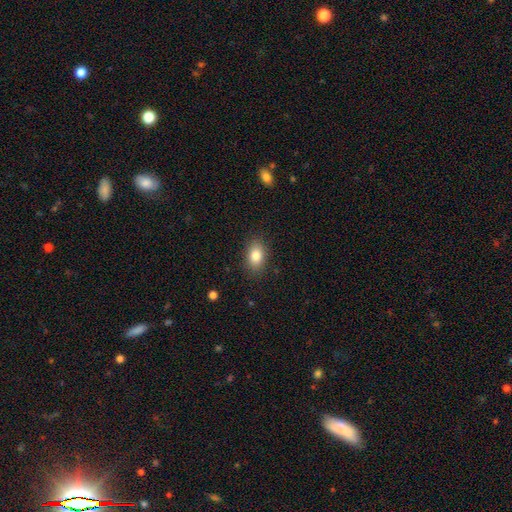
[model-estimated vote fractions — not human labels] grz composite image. It shows a smooth galaxy with no disk features (83%) that is in between round and cigar-shaped (83%). Merging: none (86%).